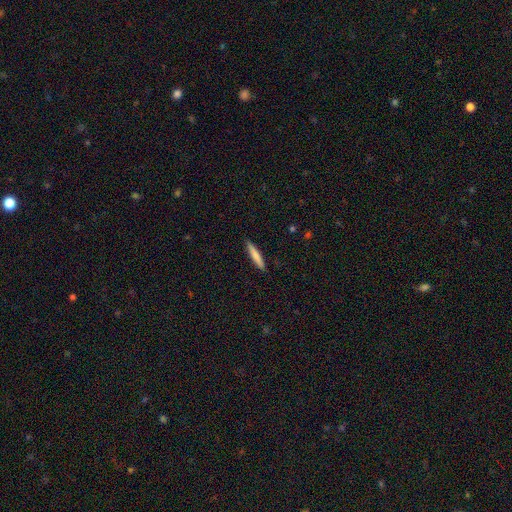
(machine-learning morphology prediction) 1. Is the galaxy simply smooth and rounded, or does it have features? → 75% smooth, 19% featured or disk, 6% star or artifact.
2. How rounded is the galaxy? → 94% cigar-shaped, 5% in between, 1% round.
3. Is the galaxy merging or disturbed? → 90% none, 8% minor disturbance, 2% major disturbance, 1% merger.